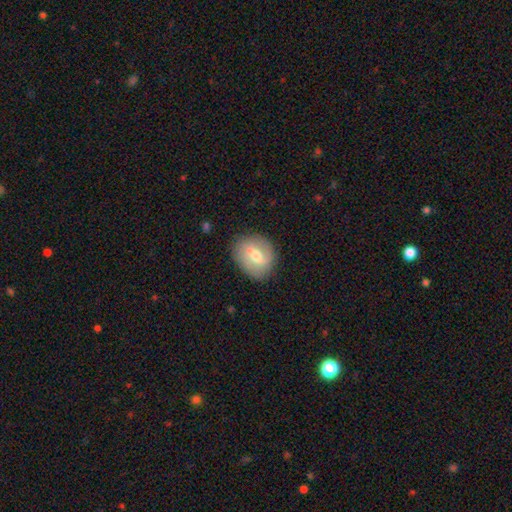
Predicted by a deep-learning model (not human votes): smooth_or_featured: featured or disk (p=0.52) [alt: smooth p=0.41]
disk_edge_on: no (p=0.94) [alt: yes p=0.06]
merging: none (p=0.80) [alt: minor disturbance p=0.14]